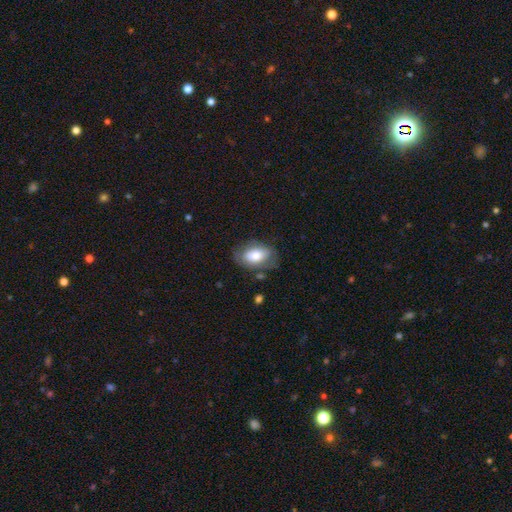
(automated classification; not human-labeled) Overall: smooth (74%). How rounded: in between (89%). Merging: none (70%).